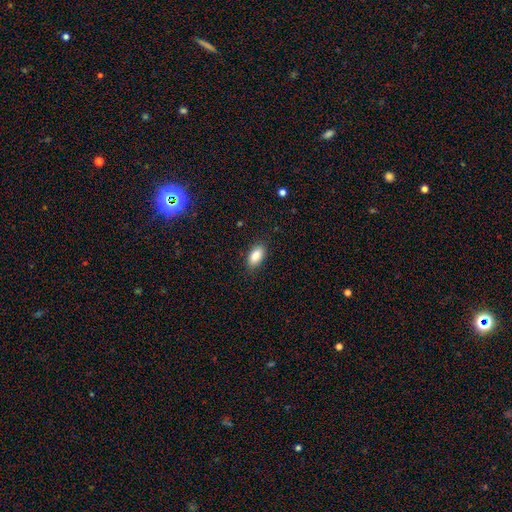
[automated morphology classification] This is clearly a smooth galaxy (86%). How rounded: clearly in between (92%). Merging: clearly none (87%).